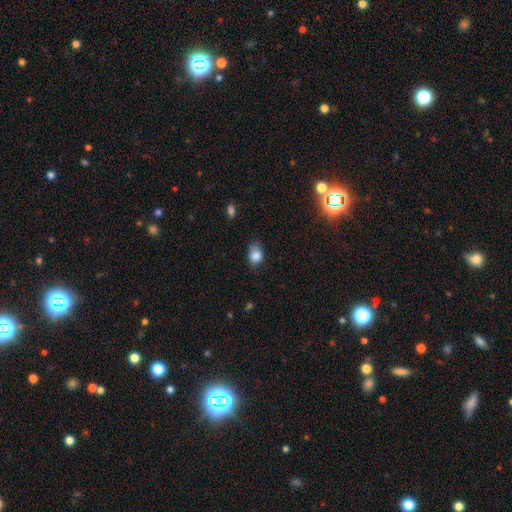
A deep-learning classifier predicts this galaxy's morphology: The model was most divided on "merging": none: 53%, minor disturbance: 36%, major disturbance: 8%, merger: 2%. More confident: smooth or featured — smooth (83%); how rounded — in between (68%).